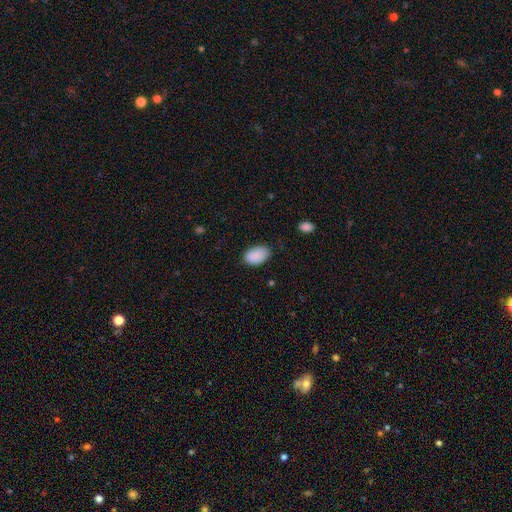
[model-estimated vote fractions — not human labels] Smooth or featured? Predicted: smooth (p=0.89). How rounded? Predicted: in between (p=0.90). Merging? Predicted: none (p=0.75).